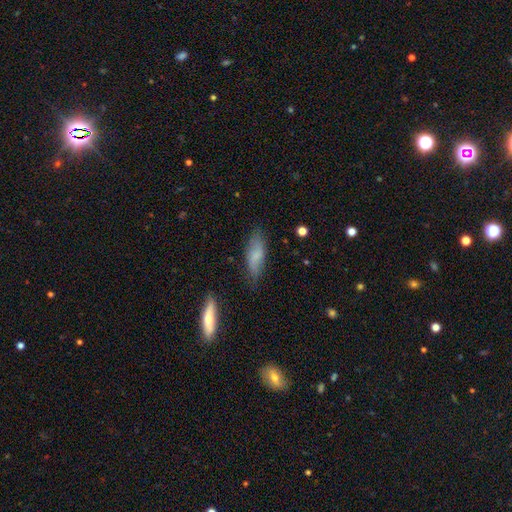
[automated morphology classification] Smooth or featured? Predicted: smooth (p=0.72). How rounded? Predicted: in between (p=0.61). Merging? Predicted: none (p=0.75).